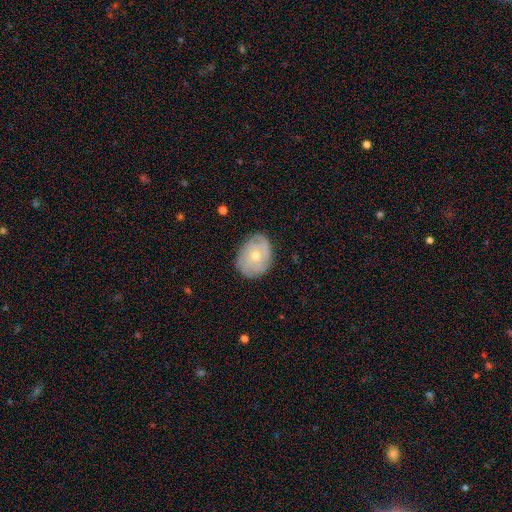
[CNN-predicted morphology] type=featured or disk (56%); edge-on=no (96%); bar=no (84%); spiral arms=yes (77%); bulge=small (49%); merging=none (79%).